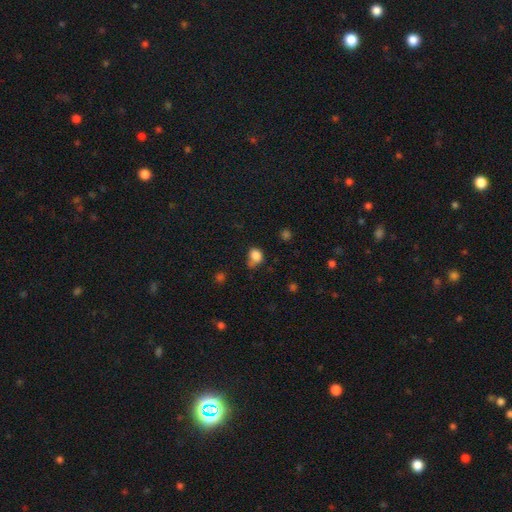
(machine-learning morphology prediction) The model was most divided on "how rounded": round: 55%, in between: 44%, cigar-shaped: 1%. Remaining: smooth or featured — smooth (82%); merging — none (45%).